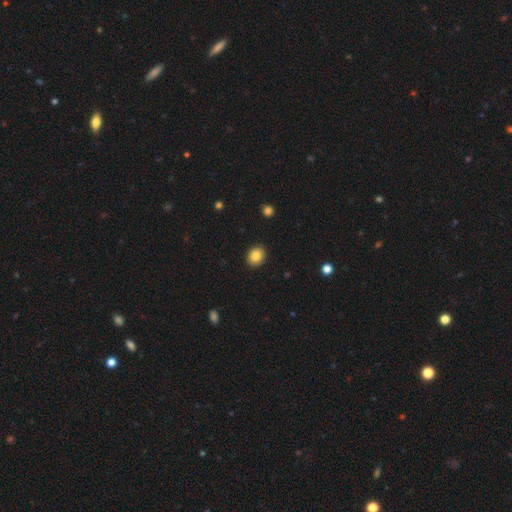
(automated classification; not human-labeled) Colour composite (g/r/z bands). It shows a smooth galaxy with no disk features (84%) that is round (62%). Merging: none (92%).